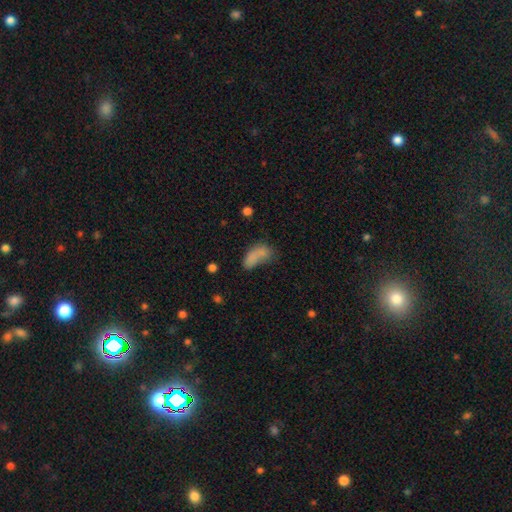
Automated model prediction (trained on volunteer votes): Smooth or featured?
  - smooth: 74% *
  - featured or disk: 14%
  - star or artifact: 12%
How rounded?
  - in between: 84% *
  - cigar-shaped: 9%
  - round: 6%
Merging?
  - none: 32% *
  - merger: 29%
  - major disturbance: 20%
  - minor disturbance: 19%